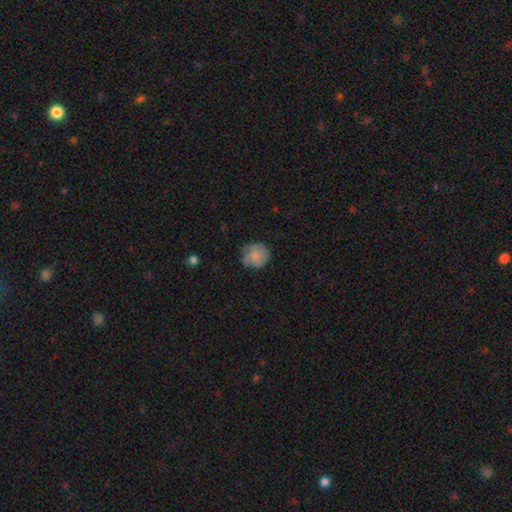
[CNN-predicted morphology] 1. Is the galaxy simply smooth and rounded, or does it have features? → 65% smooth, 27% featured or disk, 8% star or artifact.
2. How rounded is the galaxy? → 81% round, 18% in between, 1% cigar-shaped.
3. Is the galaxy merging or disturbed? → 62% none, 28% minor disturbance, 9% major disturbance, 2% merger.